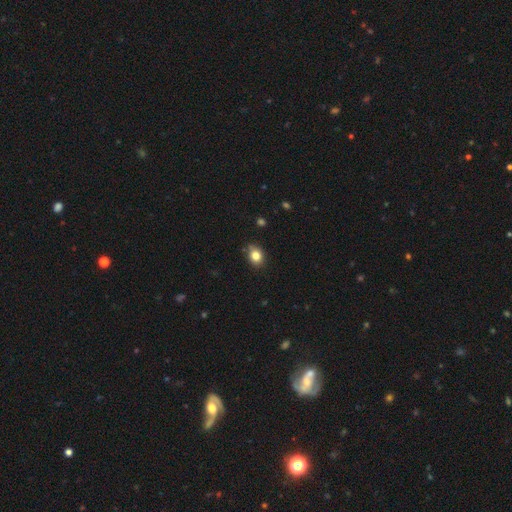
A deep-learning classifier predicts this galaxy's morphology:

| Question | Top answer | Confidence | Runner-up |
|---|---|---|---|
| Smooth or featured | smooth | 83% | star or artifact (10%) |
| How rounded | round | 52% | in between (47%) |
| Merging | none | 78% | minor disturbance (17%) |